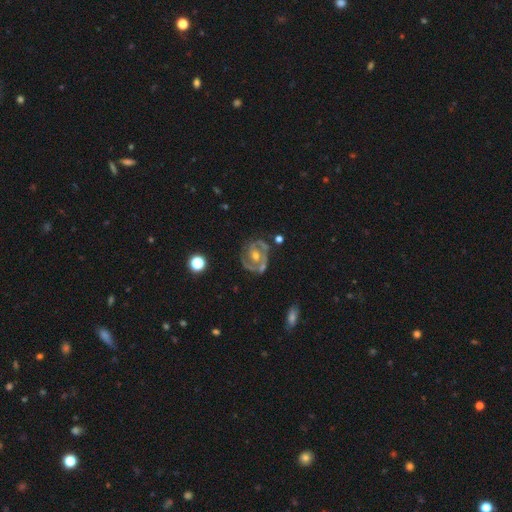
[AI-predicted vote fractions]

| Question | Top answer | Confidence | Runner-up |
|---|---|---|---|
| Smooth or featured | featured or disk | 83% | smooth (11%) |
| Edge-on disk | no | 97% | yes (3%) |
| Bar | no | 54% | weak (32%) |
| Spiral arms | yes | 82% | no (18%) |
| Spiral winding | tight | 48% | medium (41%) |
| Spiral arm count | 2 | 65% | can't tell (14%) |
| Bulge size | moderate | 65% | small (29%) |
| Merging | none | 63% | minor disturbance (20%) |